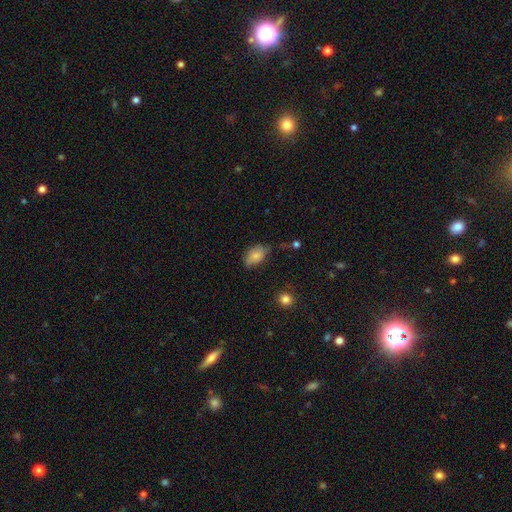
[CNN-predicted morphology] A smooth galaxy with no disk features (77%) that is in between round and cigar-shaped (90%). Merging: none (54%).